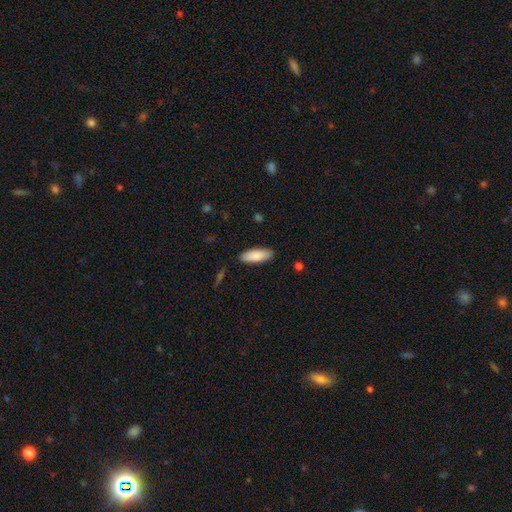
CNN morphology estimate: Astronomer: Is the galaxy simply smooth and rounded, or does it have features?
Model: smooth — 88%.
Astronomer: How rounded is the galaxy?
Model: in between — 72%.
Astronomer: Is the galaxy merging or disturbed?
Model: none — 88%.